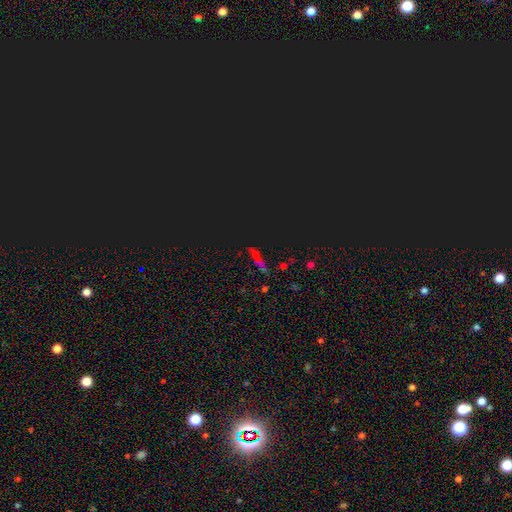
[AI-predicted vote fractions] Smooth or featured? Predicted: star or artifact (p=0.63).